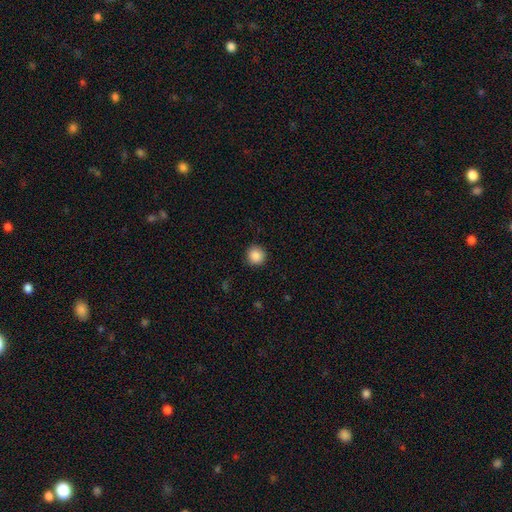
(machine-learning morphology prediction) smooth-or-featured: smooth: 88% | star or artifact: 9% | featured or disk: 3%
  how-rounded: round: 94% | in between: 5% | cigar-shaped: 1%
  merging: none: 91% | minor disturbance: 6% | major disturbance: 2% | merger: 1%